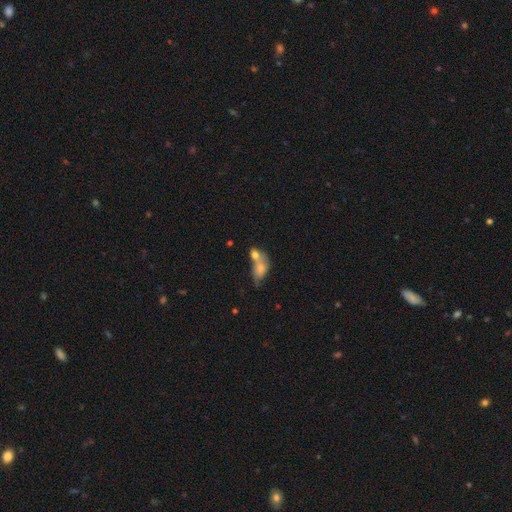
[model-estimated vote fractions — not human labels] This is likely a smooth galaxy (73%). How rounded: likely in between (77%). Merging: likely merger (63%).